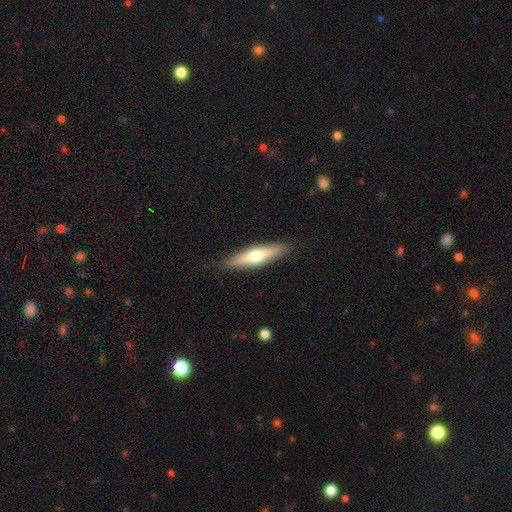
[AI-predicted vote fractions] A smooth galaxy with no disk features (53%) that is cigar-shaped (75%). Merging: none (87%).